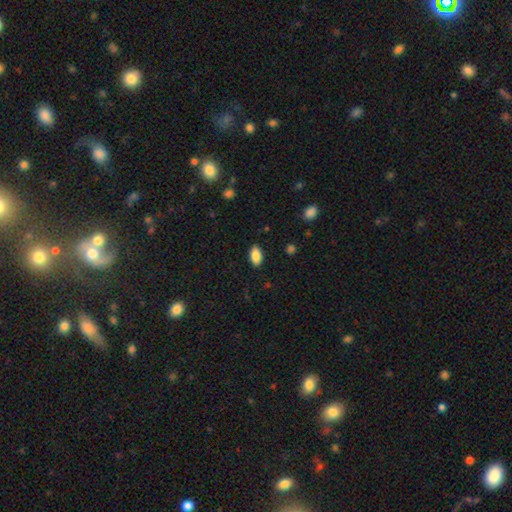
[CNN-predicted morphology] This is clearly a smooth galaxy (87%). How rounded: clearly in between (93%). Merging: clearly none (88%).